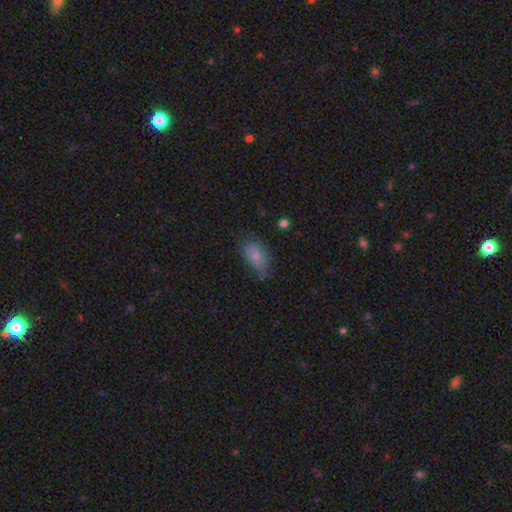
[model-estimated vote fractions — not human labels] smooth_or_featured: smooth (p=0.78) [alt: featured or disk p=0.13]
how_rounded: in between (p=0.90) [alt: round p=0.07]
merging: none (p=0.55) [alt: minor disturbance p=0.31]